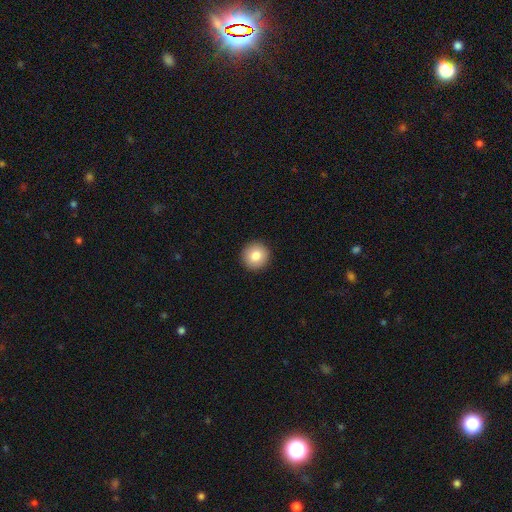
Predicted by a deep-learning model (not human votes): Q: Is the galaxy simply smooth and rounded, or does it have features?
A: smooth — 83%.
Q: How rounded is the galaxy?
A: round — 95%.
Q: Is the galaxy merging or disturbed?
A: none — 93%.